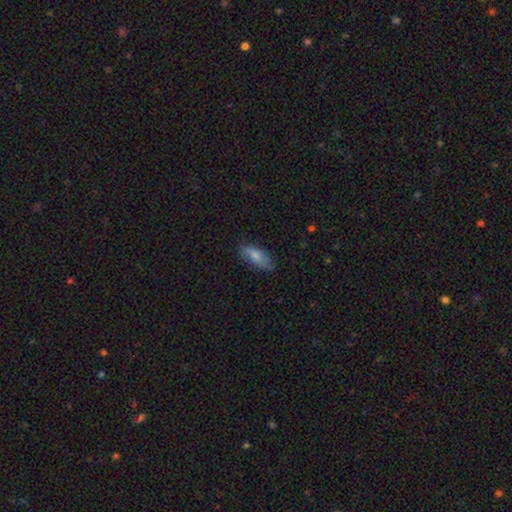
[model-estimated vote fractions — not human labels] A smooth galaxy with no disk features (73%) that is in between round and cigar-shaped (77%).

Vote fractions:
- Smooth or featured? smooth: 73% / featured or disk: 20% / star or artifact: 7%
- How rounded? in between: 77% / cigar-shaped: 20% / round: 3%
- Merging? none: 71% / minor disturbance: 23% / major disturbance: 5% / merger: 1%